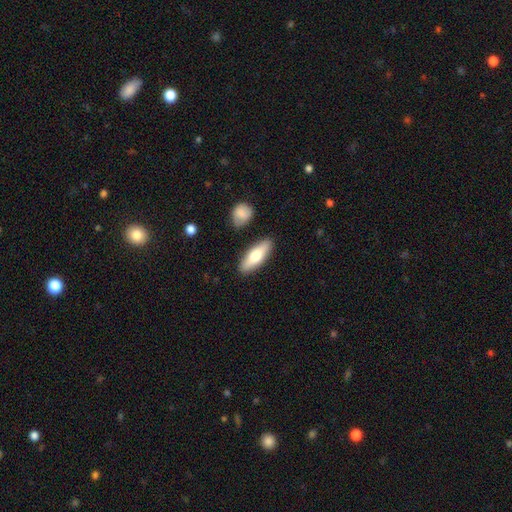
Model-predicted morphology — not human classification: A smooth galaxy with no disk features (68%) that is in between round and cigar-shaped (60%). Merging: none (86%).